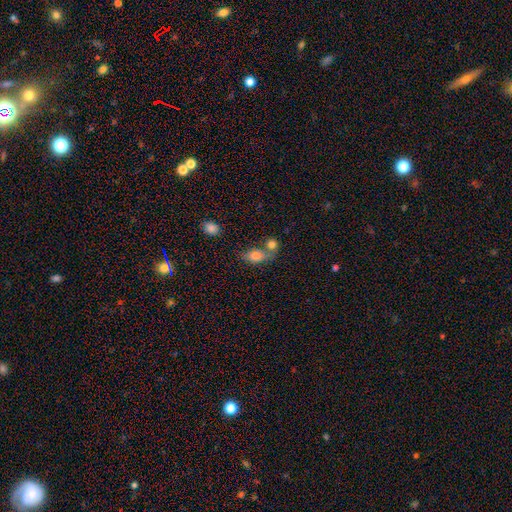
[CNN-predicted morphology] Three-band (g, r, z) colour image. It shows a smooth galaxy with no disk features (79%) that is in between round and cigar-shaped (78%). Merging: merger (41%).